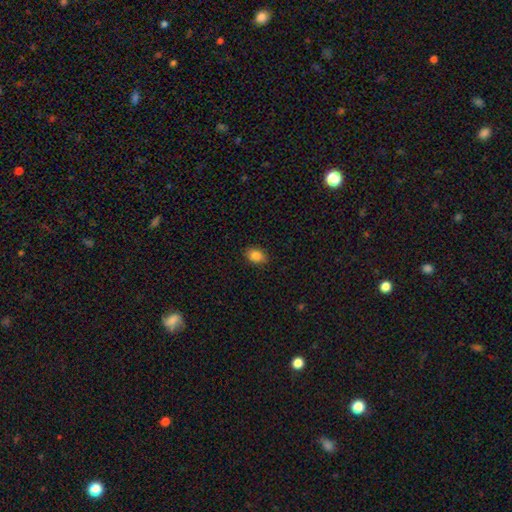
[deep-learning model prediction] smooth 85%, star or artifact 9%, featured or disk 6%. Down the decision tree: how rounded — in between (75%); merging — none (88%).